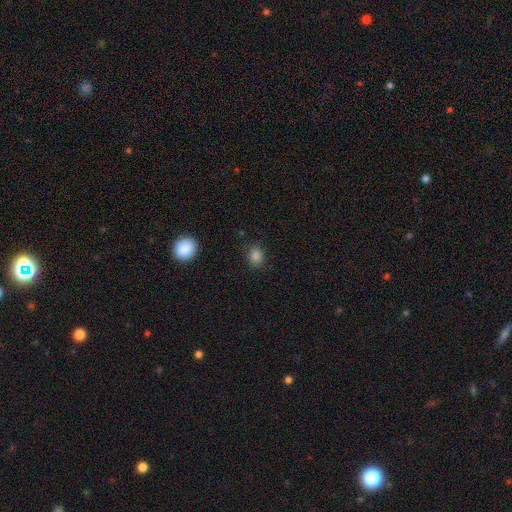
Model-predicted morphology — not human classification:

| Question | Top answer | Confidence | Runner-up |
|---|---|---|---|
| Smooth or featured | smooth | 84% | star or artifact (12%) |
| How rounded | round | 56% | in between (43%) |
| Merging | none | 86% | minor disturbance (10%) |